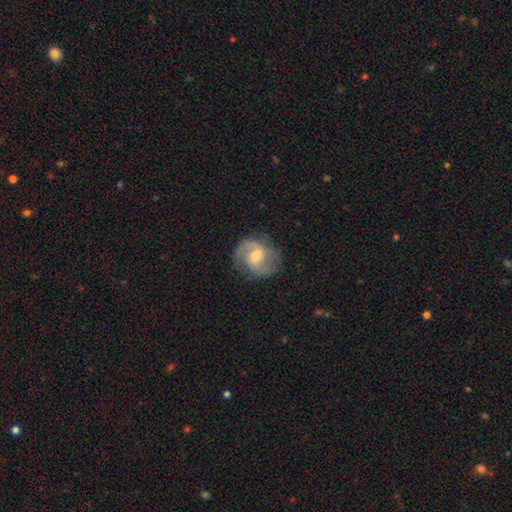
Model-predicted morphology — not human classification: This is clearly a featured or disk galaxy (86%). It is clearly not viewed edge-on (98%). Bar: possibly weak (53%). Spiral arm pattern: clearly yes (97%). Spiral arm count: clearly 2 (85%). Spiral winding: possibly medium (55%). Central bulge: possibly moderate (52%). Merging: likely none (77%).